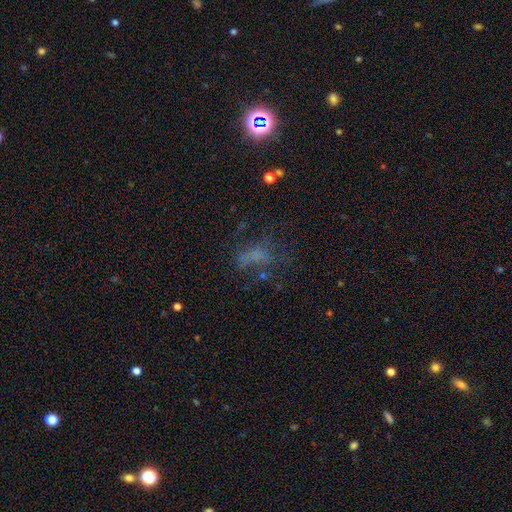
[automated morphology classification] A smooth galaxy with no disk features (38%). Merging: none (43%).